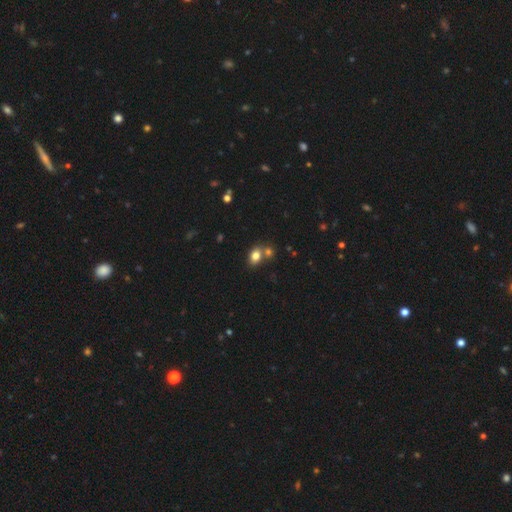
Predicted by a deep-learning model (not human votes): smooth-or-featured: smooth: 81% | star or artifact: 11% | featured or disk: 8%
  how-rounded: in between: 71% | round: 27% | cigar-shaped: 1%
  merging: none: 52% | merger: 34% | minor disturbance: 11% | major disturbance: 3%